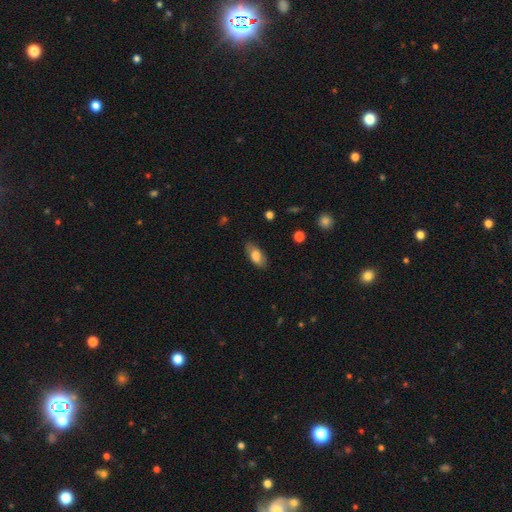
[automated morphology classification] Overall: smooth (74%). How rounded: in between (89%). Merging: none (80%).